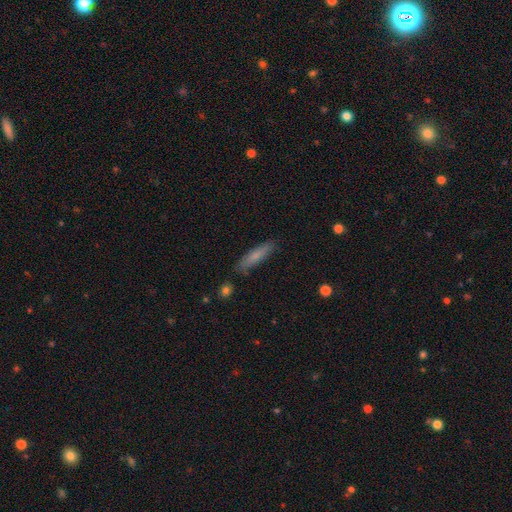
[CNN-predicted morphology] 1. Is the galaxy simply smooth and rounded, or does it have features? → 74% smooth, 20% featured or disk, 6% star or artifact.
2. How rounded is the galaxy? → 79% cigar-shaped, 20% in between, 2% round.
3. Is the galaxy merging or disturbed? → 84% none, 12% minor disturbance, 2% major disturbance, 2% merger.